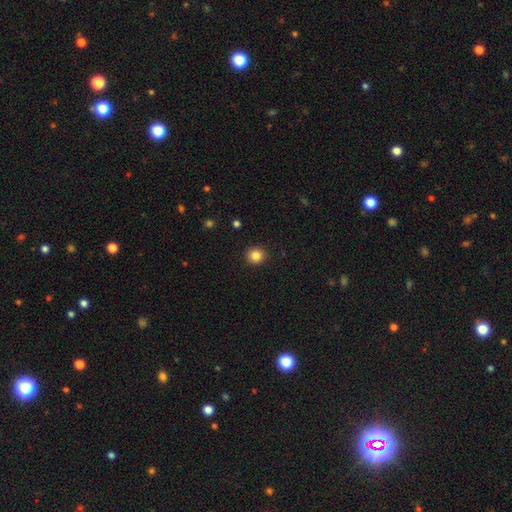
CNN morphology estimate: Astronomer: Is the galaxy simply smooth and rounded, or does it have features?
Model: smooth — 85%.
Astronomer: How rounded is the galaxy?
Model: round — 91%.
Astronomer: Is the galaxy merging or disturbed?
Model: none — 92%.